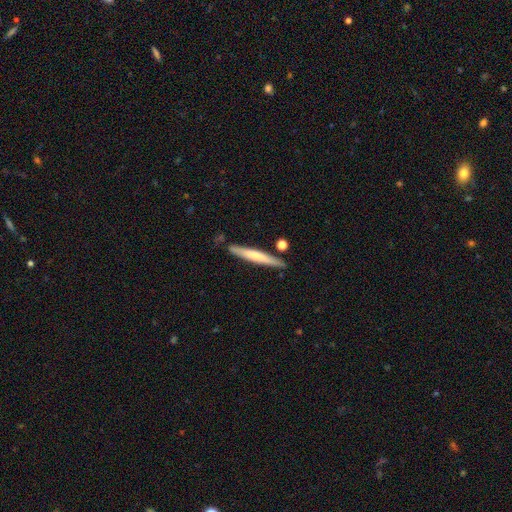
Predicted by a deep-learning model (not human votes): This appears to be a smooth galaxy with no disk features (57%) that is cigar-shaped (95%). Merging: none (82%).